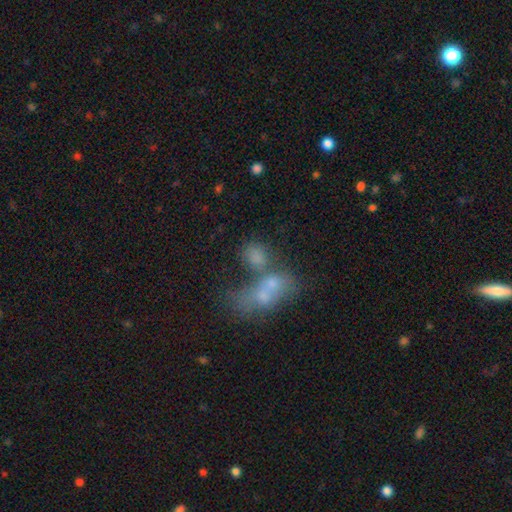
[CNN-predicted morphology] Smooth or featured: smooth — 69% (featured or disk — 16%)
How rounded: in between — 70% (round — 26%)
Merging: merger — 51% (none — 28%)